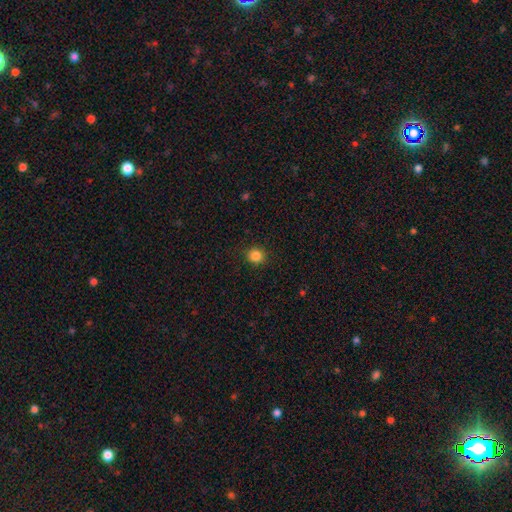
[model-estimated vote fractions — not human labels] Smooth or featured: smooth — 85% (star or artifact — 11%)
How rounded: round — 88% (in between — 11%)
Merging: none — 91% (minor disturbance — 6%)